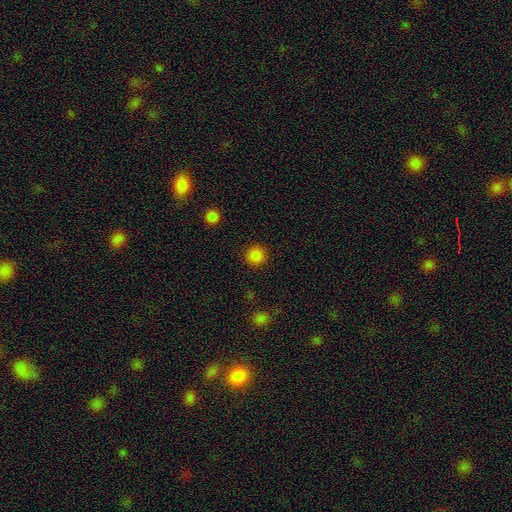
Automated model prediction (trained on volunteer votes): Smooth or featured?
  - smooth: 86% *
  - star or artifact: 11%
  - featured or disk: 3%
How rounded?
  - round: 95% *
  - in between: 4%
  - cigar-shaped: 1%
Merging?
  - none: 91% *
  - minor disturbance: 5%
  - major disturbance: 2%
  - merger: 1%